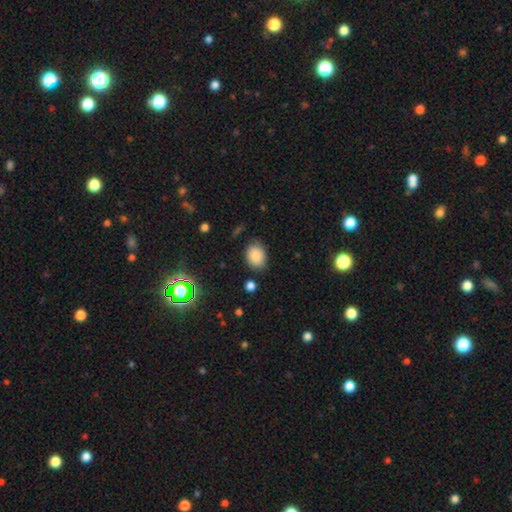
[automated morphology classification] Smooth or featured? Predicted: smooth (p=0.84). How rounded? Predicted: in between (p=0.62). Merging? Predicted: none (p=0.76).